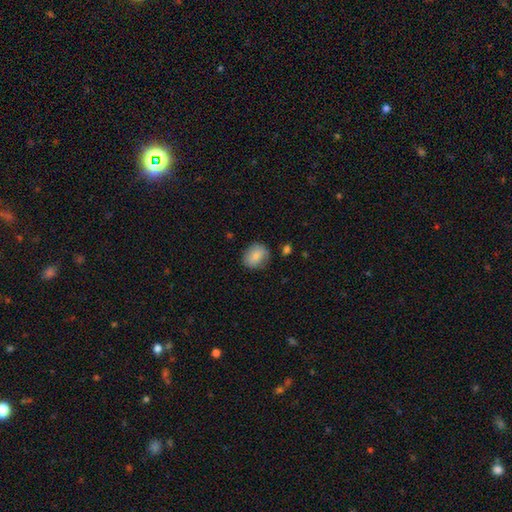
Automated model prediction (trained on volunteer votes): The model was most divided on "how rounded": round: 55%, in between: 44%, cigar-shaped: 1%. More confident: smooth or featured — smooth (81%); merging — none (73%).